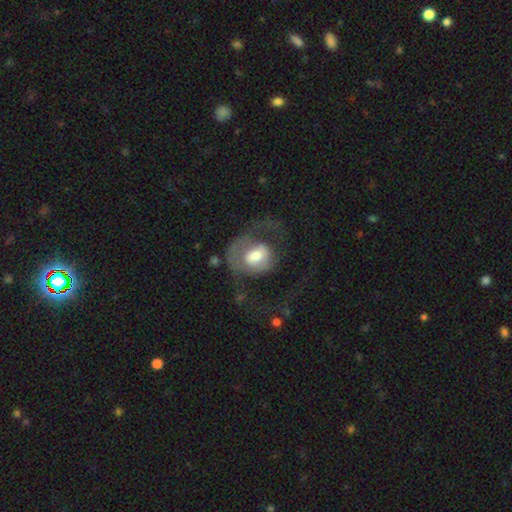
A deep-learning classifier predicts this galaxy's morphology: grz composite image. It shows a smooth galaxy with no disk features (47%). Merging: major disturbance (59%).